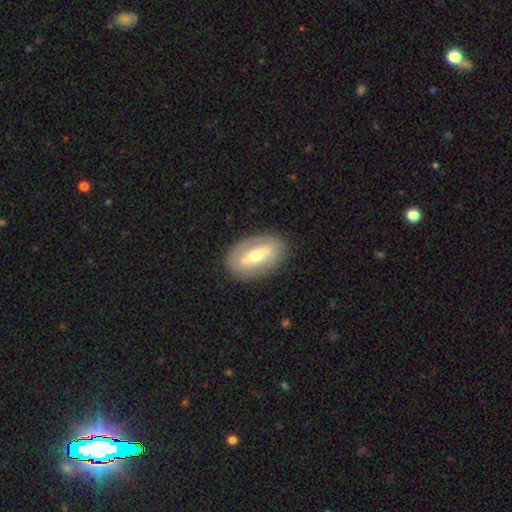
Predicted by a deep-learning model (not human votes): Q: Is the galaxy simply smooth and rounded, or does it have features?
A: featured or disk — 58%.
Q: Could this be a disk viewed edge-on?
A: no — 84%.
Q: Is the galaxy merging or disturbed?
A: none — 86%.